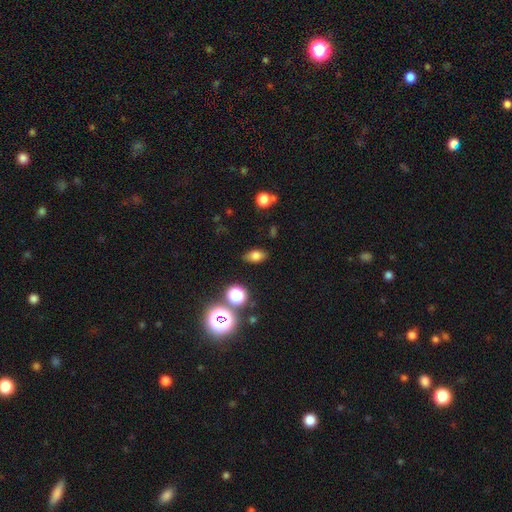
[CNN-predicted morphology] Smooth or featured: smooth — 75% (star or artifact — 16%)
How rounded: in between — 83% (round — 14%)
Merging: none — 83% (minor disturbance — 11%)